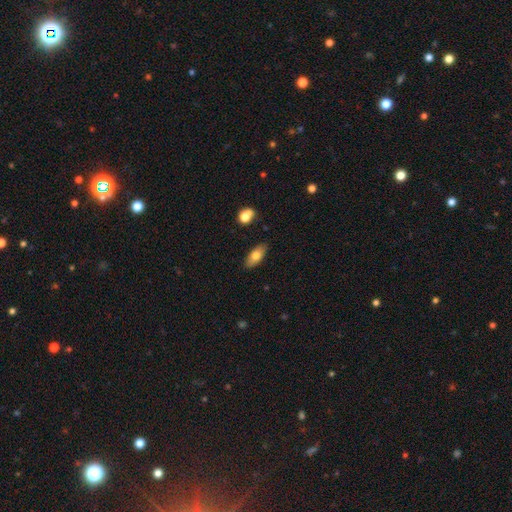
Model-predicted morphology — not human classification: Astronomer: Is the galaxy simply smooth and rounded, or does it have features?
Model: smooth — 75%.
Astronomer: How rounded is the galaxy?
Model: in between — 83%.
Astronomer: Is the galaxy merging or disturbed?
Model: none — 86%.